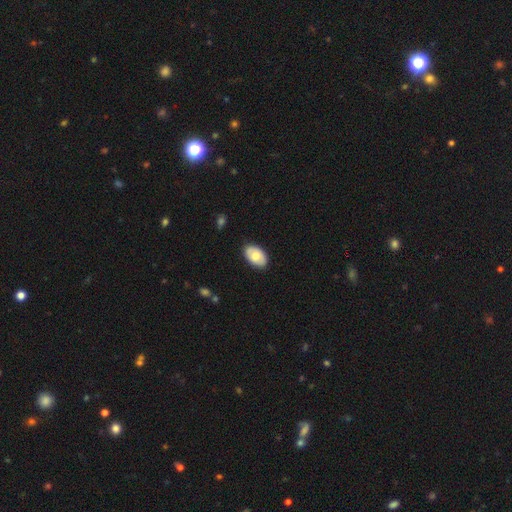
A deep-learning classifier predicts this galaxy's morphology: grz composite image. It shows a smooth galaxy with no disk features (66%) that is in between round and cigar-shaped (91%). Merging: none (87%).